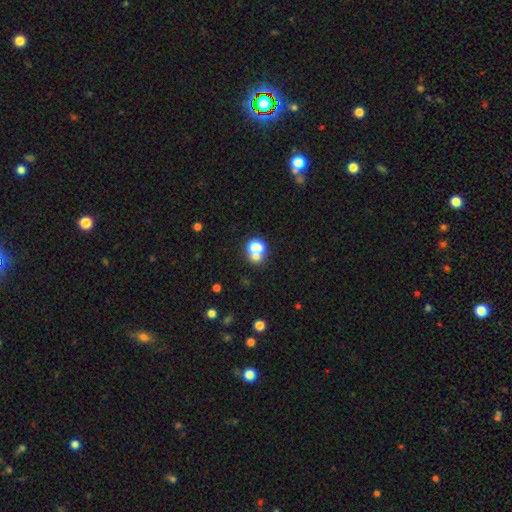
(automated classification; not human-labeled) Smooth or featured? Predicted: smooth (p=0.70). How rounded? Predicted: round (p=0.64). Merging? Predicted: merger (p=0.52).